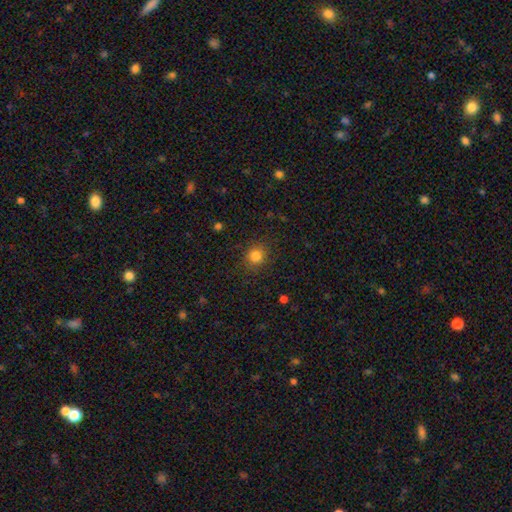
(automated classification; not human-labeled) A smooth galaxy with no disk features (83%) that is round (83%).

Vote fractions:
- Smooth or featured? smooth: 83% / star or artifact: 12% / featured or disk: 5%
- How rounded? round: 83% / in between: 16% / cigar-shaped: 1%
- Merging? none: 87% / minor disturbance: 9% / major disturbance: 3% / merger: 1%